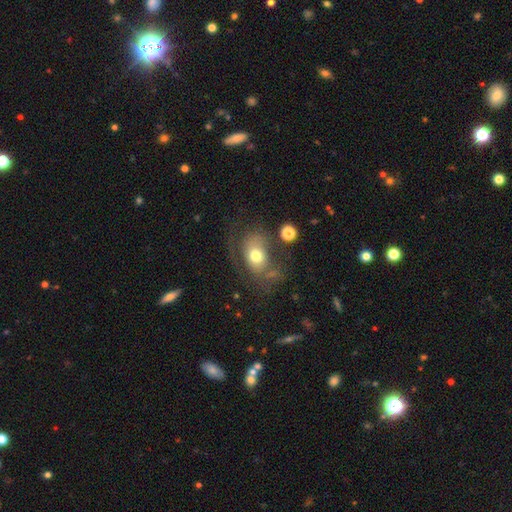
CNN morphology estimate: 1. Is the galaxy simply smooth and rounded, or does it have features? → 59% smooth, 31% featured or disk, 10% star or artifact.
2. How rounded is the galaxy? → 69% in between, 30% round, 1% cigar-shaped.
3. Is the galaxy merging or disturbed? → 41% none, 30% major disturbance, 23% minor disturbance, 7% merger.